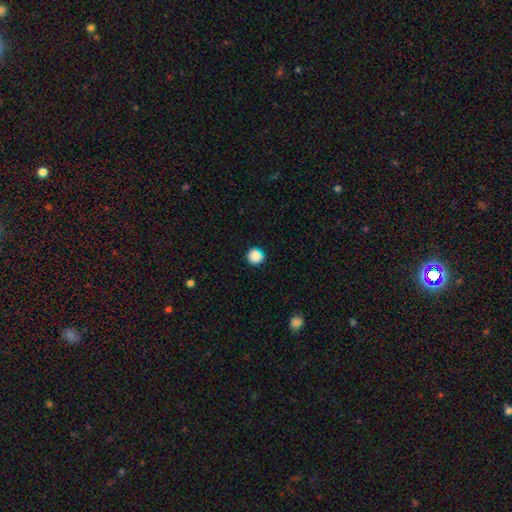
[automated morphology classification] smooth-or-featured: smooth: 86% | star or artifact: 10% | featured or disk: 4%
  how-rounded: round: 94% | in between: 5% | cigar-shaped: 1%
  merging: none: 88% | minor disturbance: 8% | major disturbance: 2% | merger: 2%